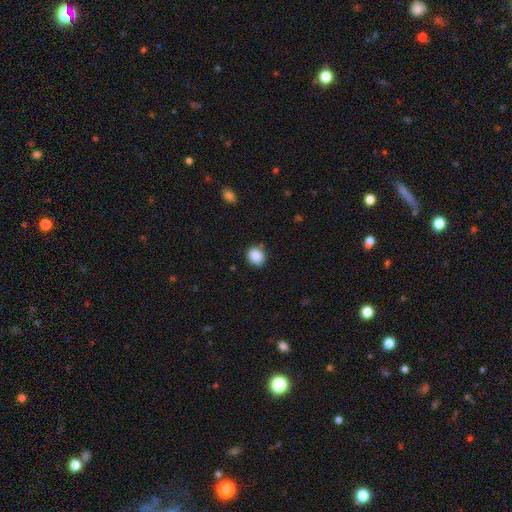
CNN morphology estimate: A smooth galaxy with no disk features (88%) that is round (61%).

Vote fractions:
- Smooth or featured? smooth: 88% / star or artifact: 9% / featured or disk: 3%
- How rounded? round: 61% / in between: 38% / cigar-shaped: 1%
- Merging? none: 82% / minor disturbance: 12% / major disturbance: 3% / merger: 2%